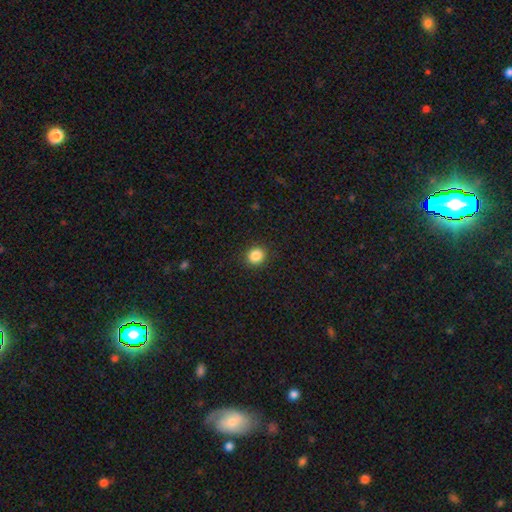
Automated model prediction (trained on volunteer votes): This appears to be a smooth galaxy with no disk features (86%) that is round (80%). Merging: none (91%).